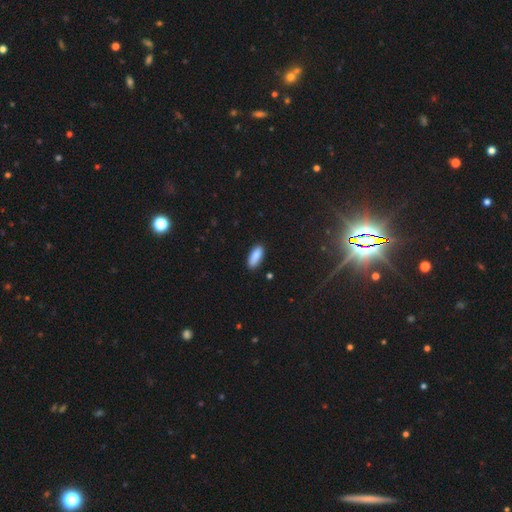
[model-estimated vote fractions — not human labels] Morphology: type=smooth (87%); roundness=in between (75%); merging=none (86%).